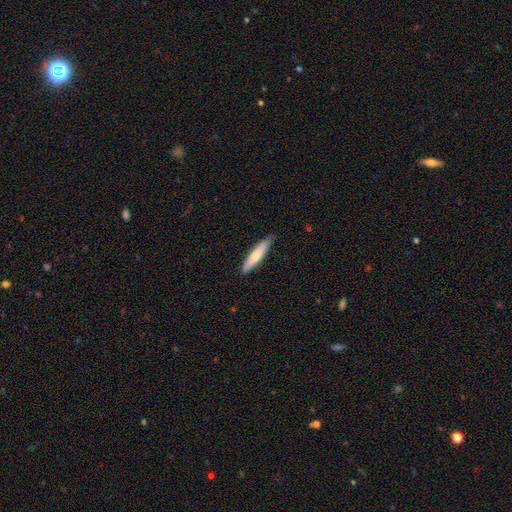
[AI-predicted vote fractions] A smooth galaxy with no disk features (68%) that is cigar-shaped (86%). Merging: none (84%).